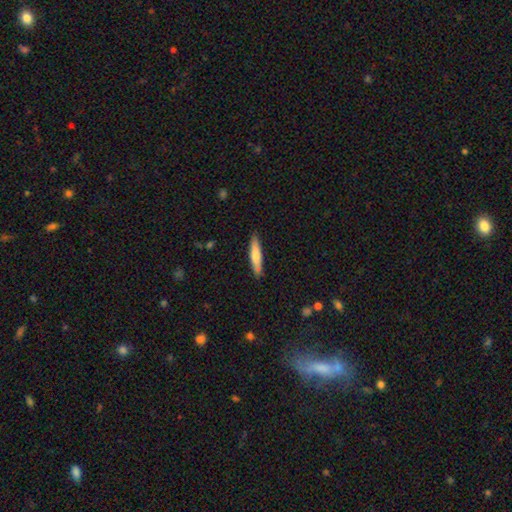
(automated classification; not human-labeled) Overall: smooth (71%). How rounded: cigar-shaped (85%). Merging: none (83%).